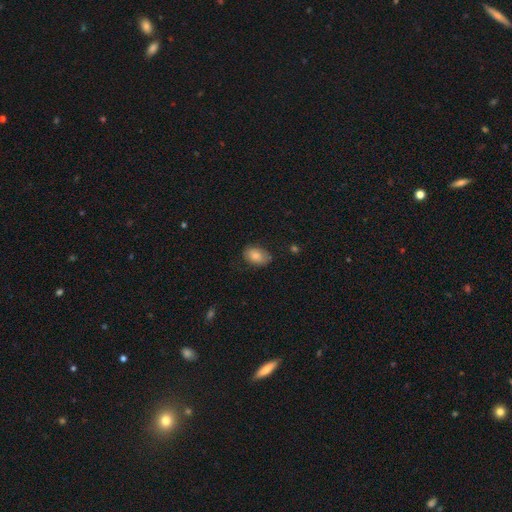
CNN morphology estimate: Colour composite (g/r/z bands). It shows a smooth galaxy with no disk features (82%) that is in between round and cigar-shaped (87%). Merging: none (75%).